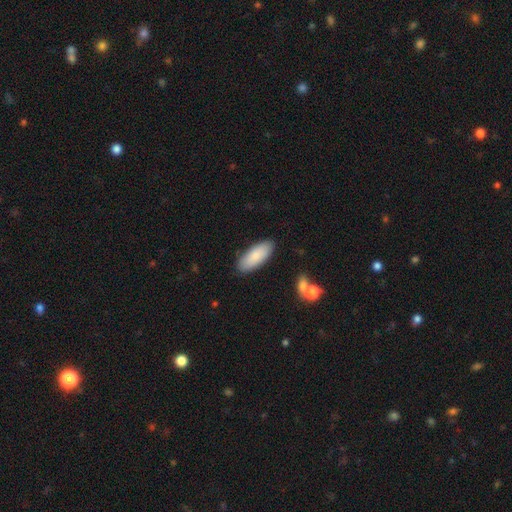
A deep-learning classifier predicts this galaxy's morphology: type=smooth (86%); roundness=in between (79%); merging=none (86%).